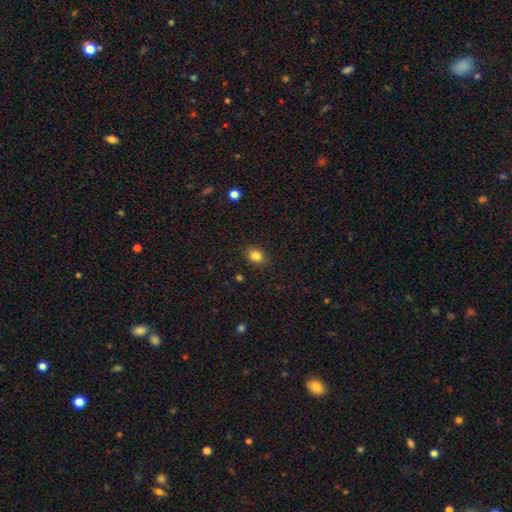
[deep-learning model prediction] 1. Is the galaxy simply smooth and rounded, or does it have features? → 83% smooth, 11% star or artifact, 6% featured or disk.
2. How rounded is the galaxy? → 62% round, 38% in between, 1% cigar-shaped.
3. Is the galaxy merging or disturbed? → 89% none, 8% minor disturbance, 2% major disturbance, 1% merger.